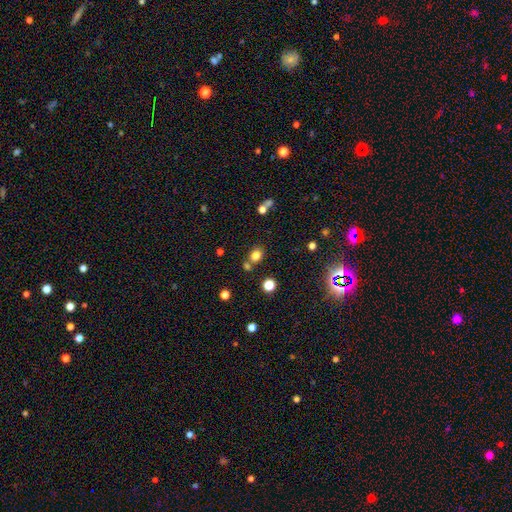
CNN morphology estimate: Overall: smooth (79%). How rounded: round (52%; in between 47%). Merging: none (67%).